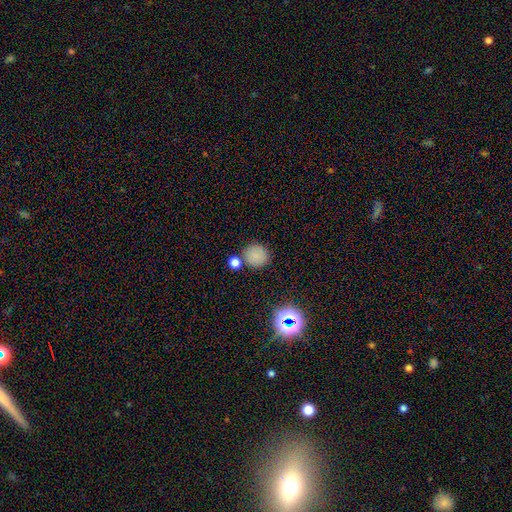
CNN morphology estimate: This is likely a smooth galaxy (80%). How rounded: clearly round (90%). Merging: likely none (76%).